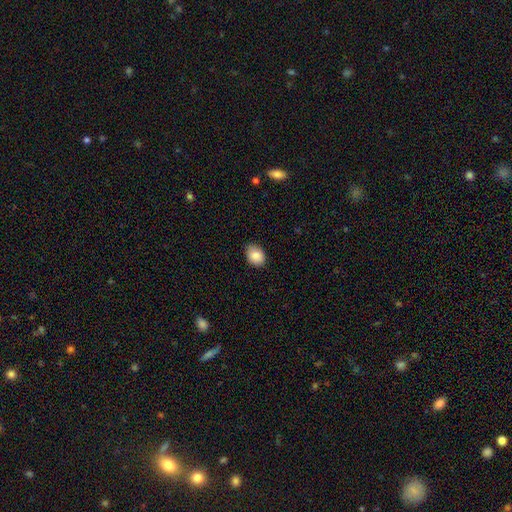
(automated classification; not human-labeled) smooth_or_featured: smooth (p=0.86) [alt: star or artifact p=0.08]
how_rounded: in between (p=0.65) [alt: round p=0.34]
merging: none (p=0.83) [alt: minor disturbance p=0.14]